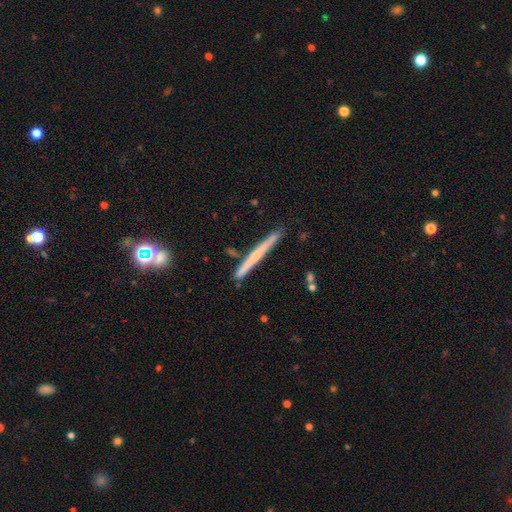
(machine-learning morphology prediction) This appears to be a featured or disk galaxy (50%) viewed edge-on (97%). Merging: none (85%).